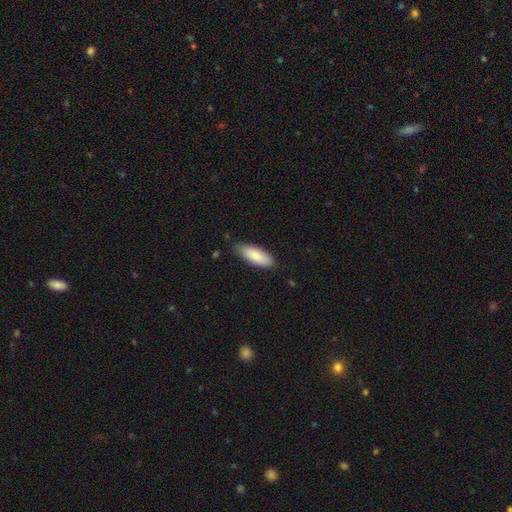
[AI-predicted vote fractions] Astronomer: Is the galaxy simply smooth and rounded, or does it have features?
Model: smooth — 86%.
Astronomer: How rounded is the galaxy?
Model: in between — 71%.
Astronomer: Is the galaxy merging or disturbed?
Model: none — 79%.